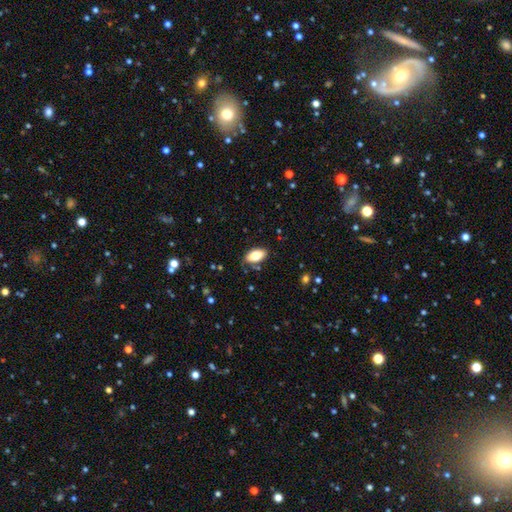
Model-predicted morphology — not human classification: smooth-or-featured: smooth: 79% | featured or disk: 13% | star or artifact: 7%
  how-rounded: in between: 93% | cigar-shaped: 4% | round: 3%
  merging: none: 83% | minor disturbance: 12% | major disturbance: 3% | merger: 2%